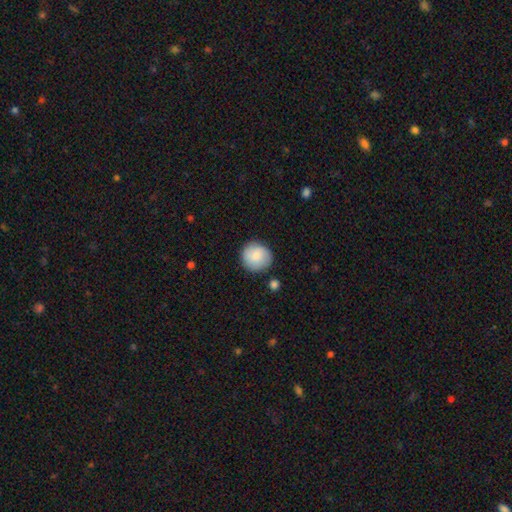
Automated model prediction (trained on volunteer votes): smooth-or-featured: smooth: 82% | featured or disk: 11% | star or artifact: 7%
  how-rounded: round: 91% | in between: 8% | cigar-shaped: 1%
  merging: none: 83% | minor disturbance: 11% | major disturbance: 3% | merger: 3%